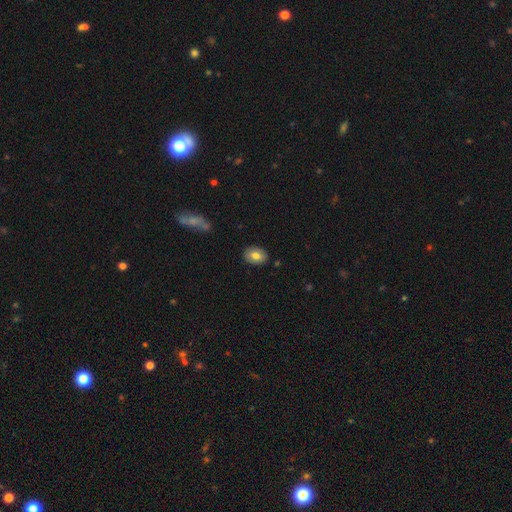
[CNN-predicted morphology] Overall: smooth (76%). How rounded: in between (75%). Merging: none (87%).